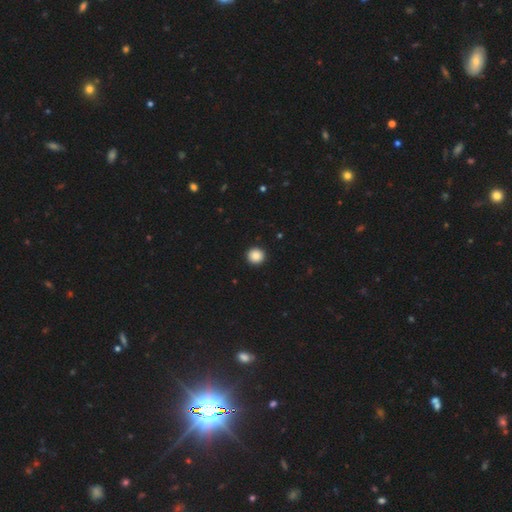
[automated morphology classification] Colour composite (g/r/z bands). It shows a smooth galaxy with no disk features (86%) that is round (95%). Merging: none (94%).